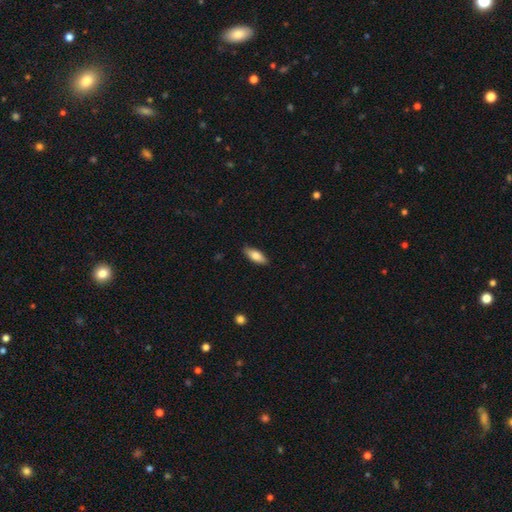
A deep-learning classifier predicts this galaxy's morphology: Overall: smooth (78%). How rounded: in between (76%). Merging: none (88%).